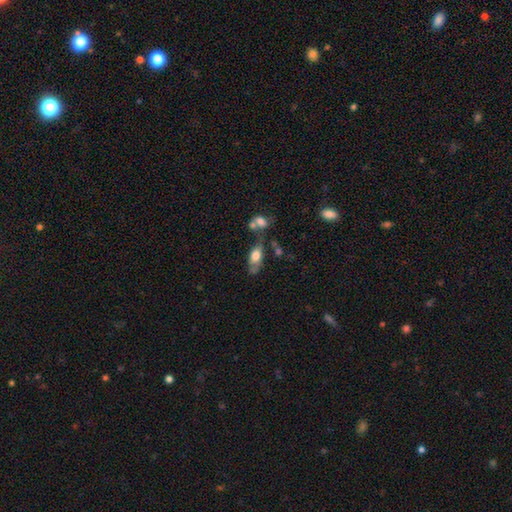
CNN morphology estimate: Smooth or featured? Predicted: smooth (p=0.64). How rounded? Predicted: in between (p=0.85). Merging? Predicted: none (p=0.46).